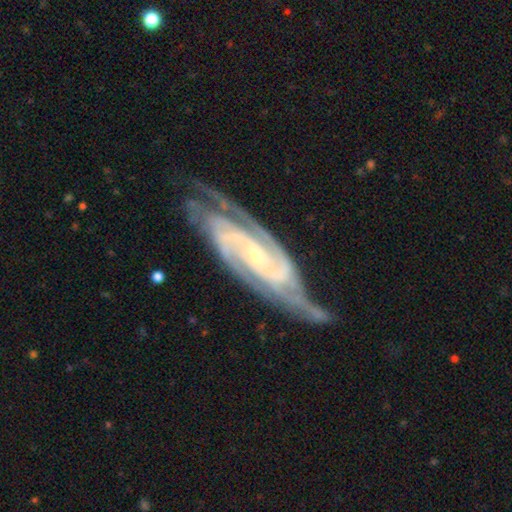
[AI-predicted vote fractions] featured or disk 92%, star or artifact 5%, smooth 3%. Down the decision tree: edge-on disk — no (94%); bar — no (47%); spiral arms — yes (99%); spiral arm count — 2 (49%); spiral winding — tight (59%); bulge size — small (75%); merging — none (64%).